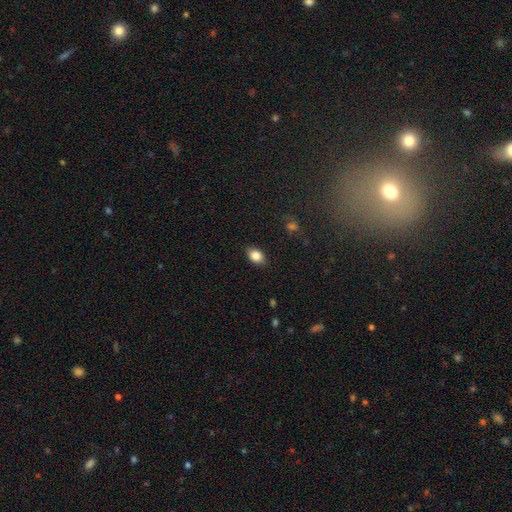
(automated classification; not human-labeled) Q: Smooth or featured?
A: smooth (85%); runner-up: star or artifact (9%)
Q: How rounded?
A: in between (79%); runner-up: round (19%)
Q: Merging?
A: none (87%); runner-up: minor disturbance (10%)